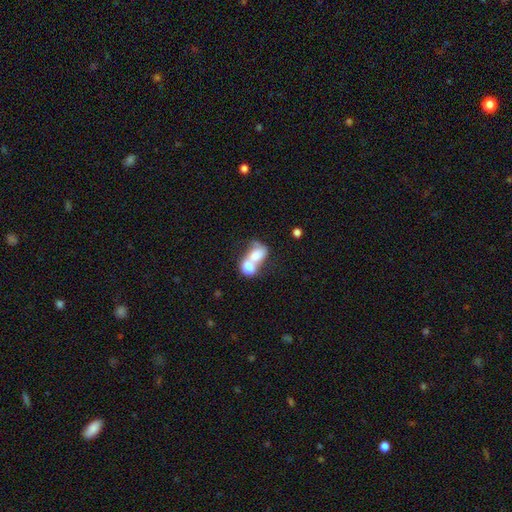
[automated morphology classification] Smooth or featured? smooth (66%)
How rounded? in between (66%)
Merging? merger (79%)